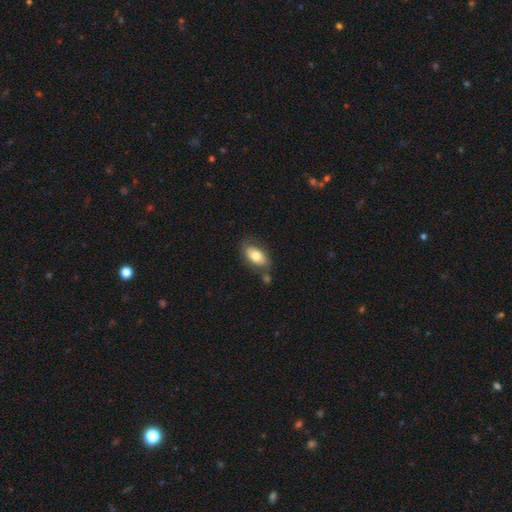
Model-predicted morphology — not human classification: smooth_or_featured: smooth (p=0.73) [alt: featured or disk p=0.21]
how_rounded: in between (p=0.91) [alt: round p=0.05]
merging: none (p=0.64) [alt: minor disturbance p=0.20]